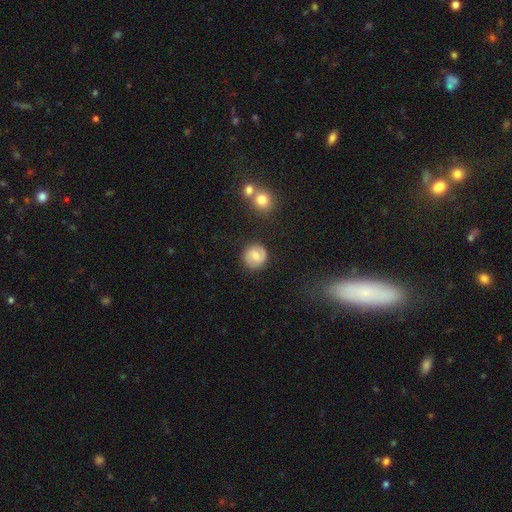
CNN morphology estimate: smooth 48%, featured or disk 44%, star or artifact 8%. Down the decision tree: merging — none (85%).